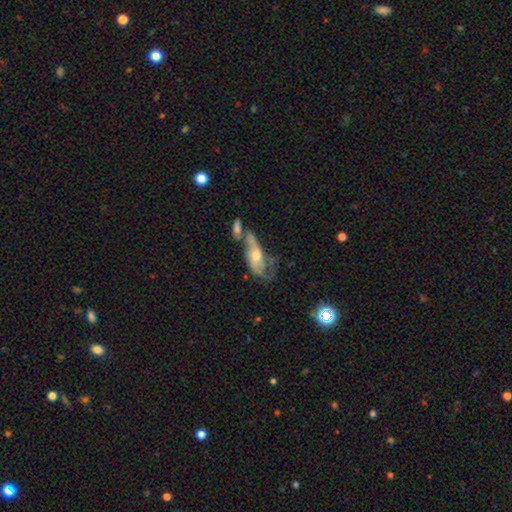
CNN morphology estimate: The model was most divided on "merging": merger: 33%, none: 24%, major disturbance: 24%, minor disturbance: 19%. More confident: edge-on disk — no (83%); bar — no (68%); spiral arms — yes (66%); smooth or featured — featured or disk (61%); bulge size — moderate (60%).